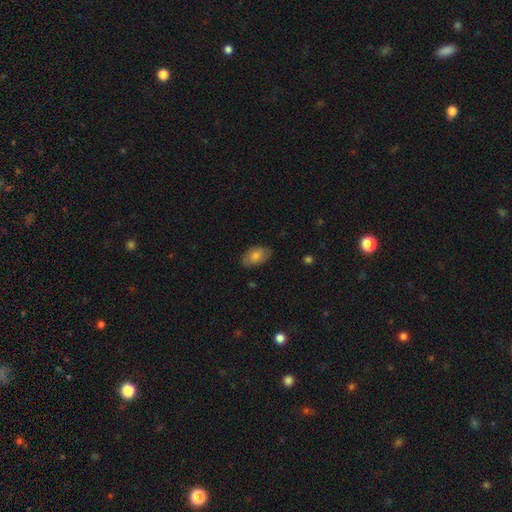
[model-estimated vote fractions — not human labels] Smooth or featured: smooth — 75% (featured or disk — 18%)
How rounded: in between — 92% (round — 7%)
Merging: none — 80% (minor disturbance — 16%)